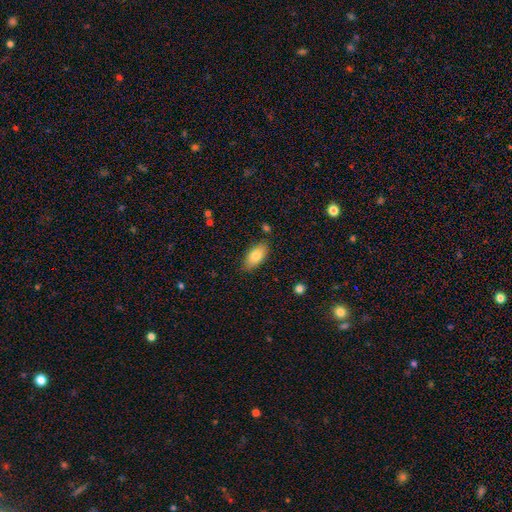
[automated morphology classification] Overall: smooth (82%). How rounded: in between (90%). Merging: none (82%).